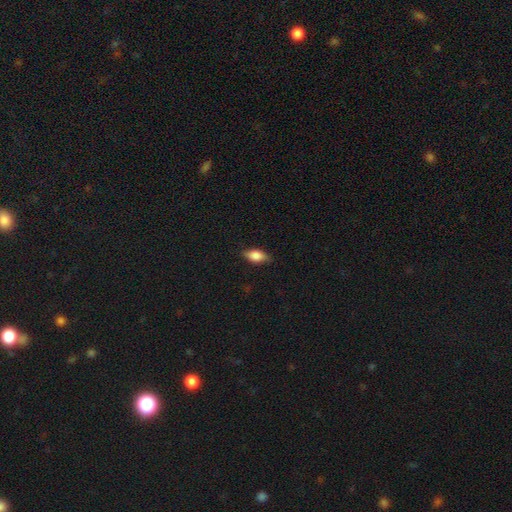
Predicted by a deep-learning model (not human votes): A smooth galaxy with no disk features (79%) that is in between round and cigar-shaped (86%). Merging: none (82%).